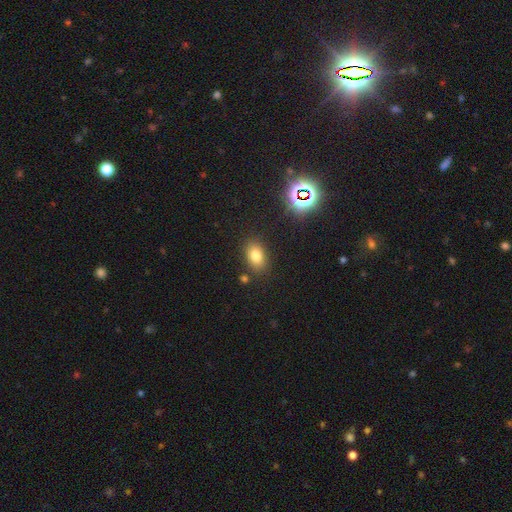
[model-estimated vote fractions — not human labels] This appears to be a smooth galaxy with no disk features (77%) that is in between round and cigar-shaped (81%). Merging: none (82%).